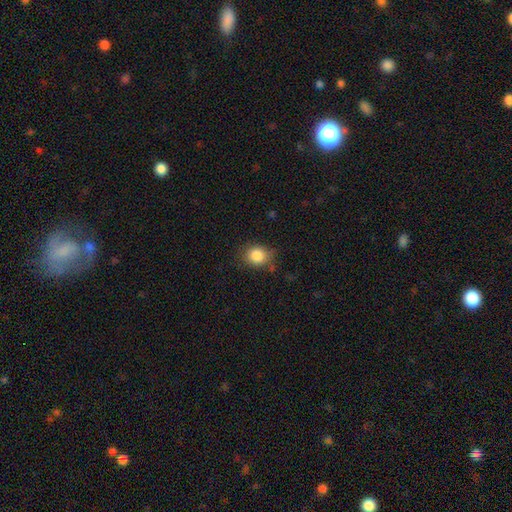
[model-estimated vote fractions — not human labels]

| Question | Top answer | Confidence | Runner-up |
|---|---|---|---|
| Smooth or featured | smooth | 85% | star or artifact (9%) |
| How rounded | round | 69% | in between (30%) |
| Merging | none | 72% | minor disturbance (20%) |